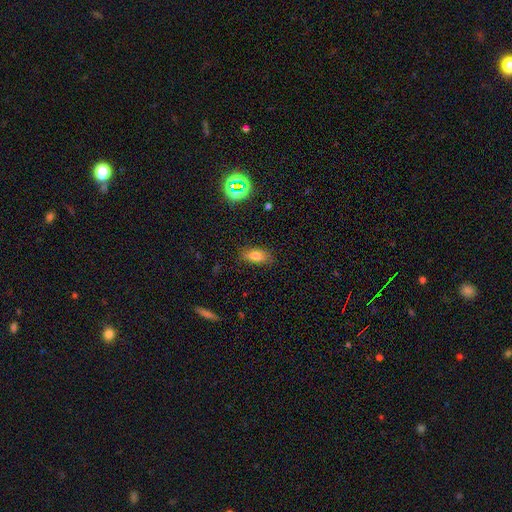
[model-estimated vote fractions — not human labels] Q: Smooth or featured?
A: smooth (76%); runner-up: star or artifact (12%)
Q: How rounded?
A: in between (85%); runner-up: cigar-shaped (9%)
Q: Merging?
A: none (84%); runner-up: minor disturbance (12%)